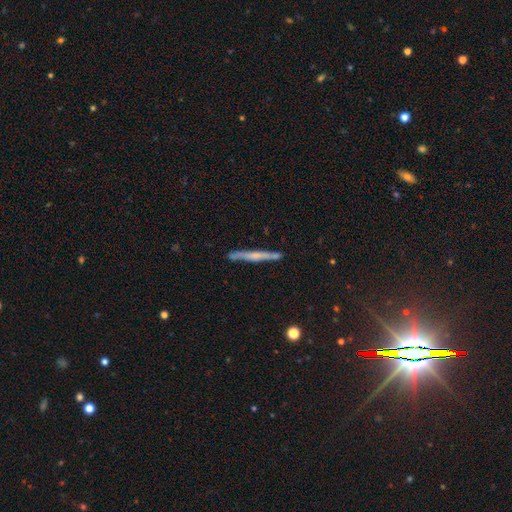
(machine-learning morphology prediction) Overall: featured or disk (60%; smooth 33%). Edge-on disk: yes (97%). Edge-on bulge: none (44%; rounded 43%). Merging: none (87%).